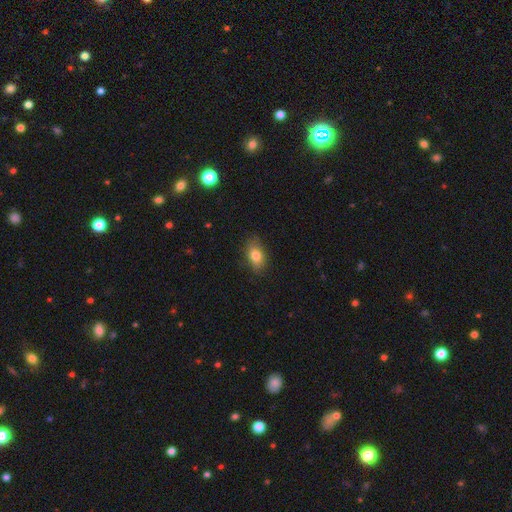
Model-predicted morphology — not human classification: Overall: smooth (80%). How rounded: in between (85%). Merging: none (81%).